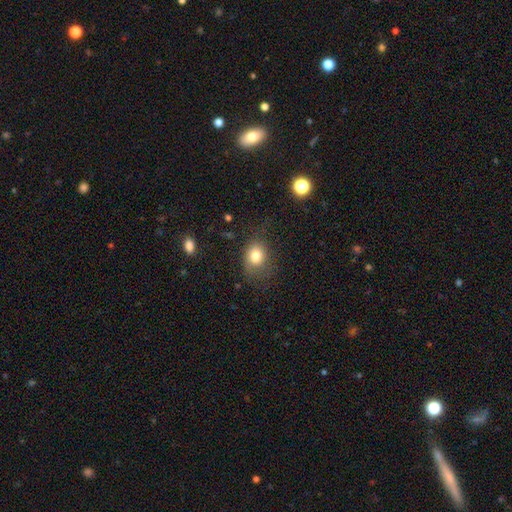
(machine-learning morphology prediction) Overall: smooth (80%). How rounded: round (51%; in between 48%). Merging: none (64%).